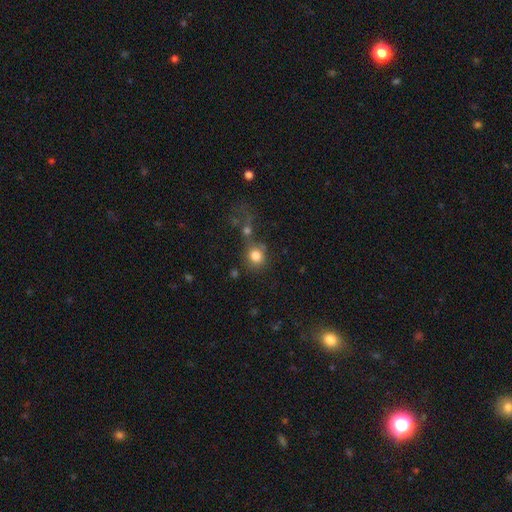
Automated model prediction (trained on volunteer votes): Smooth or featured?
  - smooth: 81% *
  - star or artifact: 11%
  - featured or disk: 9%
How rounded?
  - round: 82% *
  - in between: 17%
  - cigar-shaped: 1%
Merging?
  - none: 52% *
  - merger: 26%
  - minor disturbance: 12%
  - major disturbance: 10%